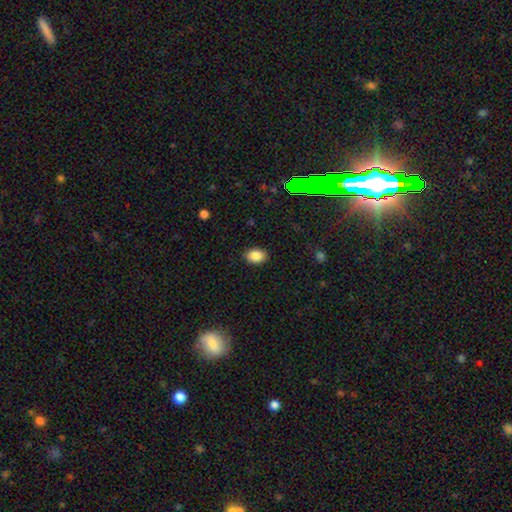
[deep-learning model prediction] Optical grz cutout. It shows a smooth galaxy with no disk features (85%) that is in between round and cigar-shaped (76%). Merging: none (88%).